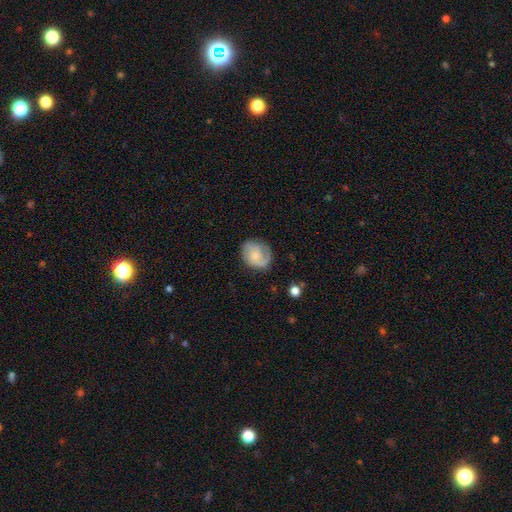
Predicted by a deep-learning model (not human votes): The model was most divided on "smooth or featured": featured or disk: 54%, smooth: 38%, star or artifact: 7%. More confident: edge-on disk — no (97%); spiral arms — yes (89%); merging — none (71%); bar — no (66%); bulge size — small (53%).